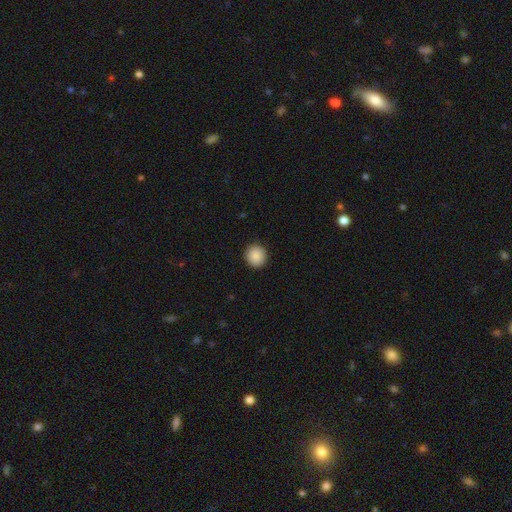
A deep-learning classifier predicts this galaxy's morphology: A smooth galaxy with no disk features (89%) that is round (93%). Merging: none (92%).